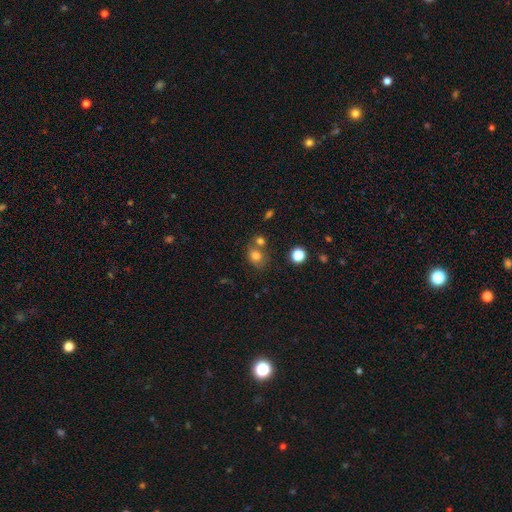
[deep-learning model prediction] Morphology: type=smooth (77%); roundness=round (59%); merging=none (56%).